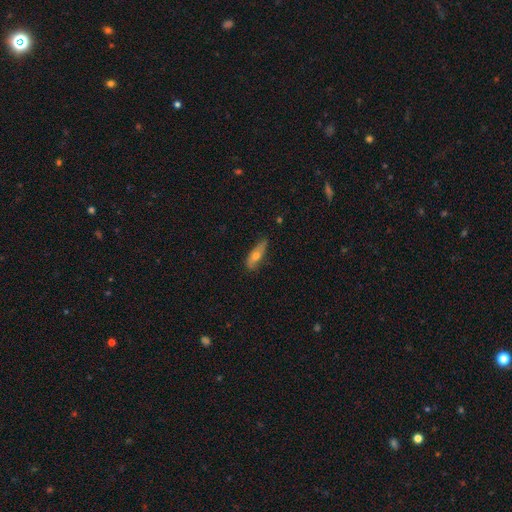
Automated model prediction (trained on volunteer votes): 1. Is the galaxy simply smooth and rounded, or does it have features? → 57% smooth, 36% featured or disk, 7% star or artifact.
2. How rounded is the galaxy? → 58% cigar-shaped, 40% in between, 3% round.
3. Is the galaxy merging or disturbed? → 74% none, 21% minor disturbance, 3% major disturbance, 1% merger.